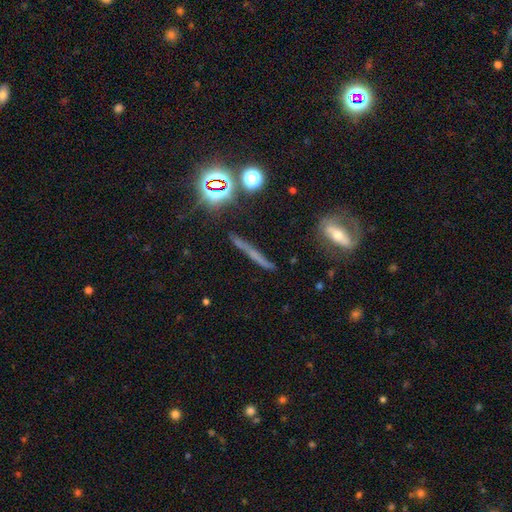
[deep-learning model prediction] Q: Smooth or featured?
A: featured or disk (40%); runner-up: smooth (37%)
Q: Merging?
A: none (81%); runner-up: minor disturbance (12%)